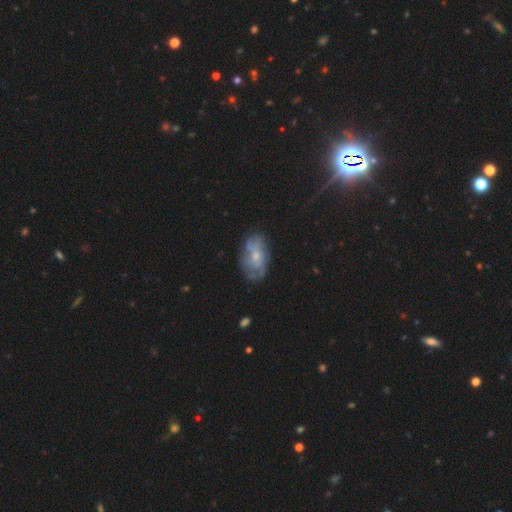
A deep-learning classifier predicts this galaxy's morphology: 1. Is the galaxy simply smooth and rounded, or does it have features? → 56% featured or disk, 35% smooth, 9% star or artifact.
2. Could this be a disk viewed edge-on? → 95% no, 5% yes.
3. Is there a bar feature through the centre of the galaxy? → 80% no, 17% weak, 3% strong.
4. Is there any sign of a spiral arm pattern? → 54% yes, 46% no.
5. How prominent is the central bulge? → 64% small, 30% moderate, 4% none, 2% large, 1% dominant.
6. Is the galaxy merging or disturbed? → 62% none, 24% minor disturbance, 12% major disturbance, 3% merger.